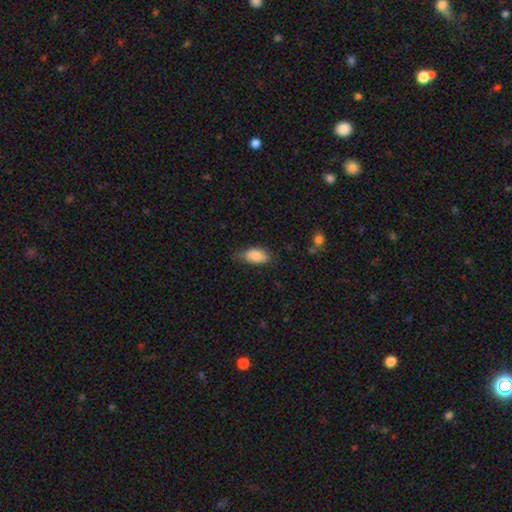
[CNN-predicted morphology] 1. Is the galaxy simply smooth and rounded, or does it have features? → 83% smooth, 10% featured or disk, 7% star or artifact.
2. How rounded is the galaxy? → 91% in between, 4% cigar-shaped, 4% round.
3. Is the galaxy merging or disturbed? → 55% none, 34% minor disturbance, 9% major disturbance, 2% merger.